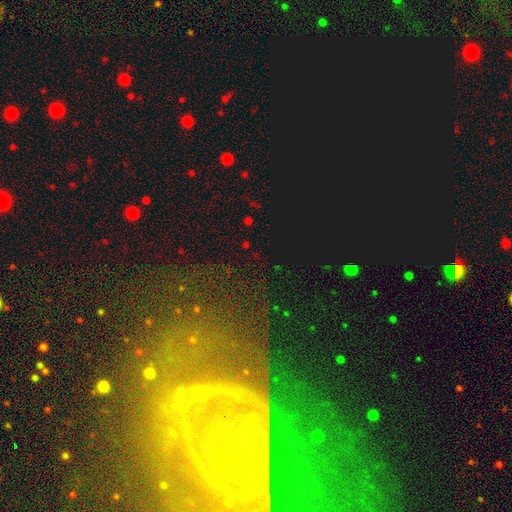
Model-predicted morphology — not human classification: star or artifact 76%, smooth 17%, featured or disk 8%.